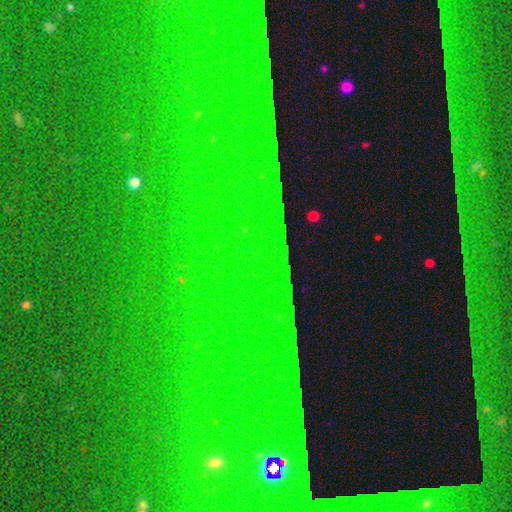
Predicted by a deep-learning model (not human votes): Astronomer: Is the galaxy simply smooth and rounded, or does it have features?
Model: star or artifact — 84%.